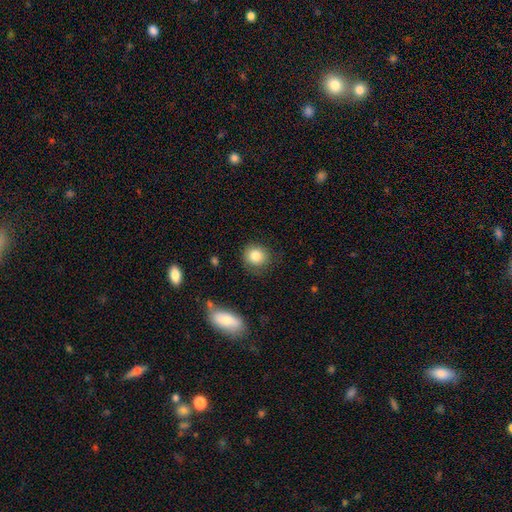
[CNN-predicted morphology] Q: Smooth or featured?
A: smooth (83%); runner-up: star or artifact (10%)
Q: How rounded?
A: round (85%); runner-up: in between (14%)
Q: Merging?
A: none (82%); runner-up: minor disturbance (13%)